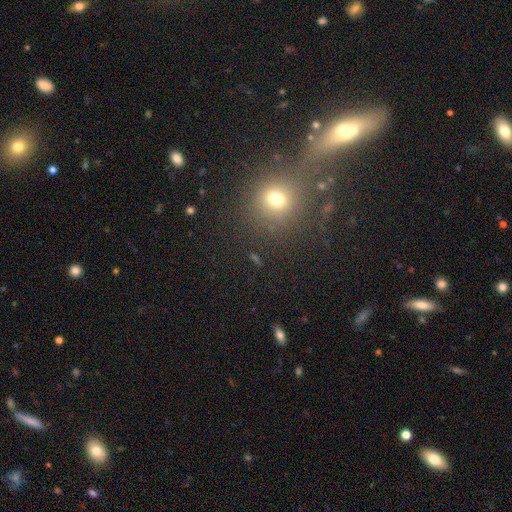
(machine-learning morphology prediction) Q: Smooth or featured?
A: smooth (52%); runner-up: star or artifact (36%)
Q: How rounded?
A: round (82%); runner-up: in between (15%)
Q: Merging?
A: none (71%); runner-up: merger (13%)